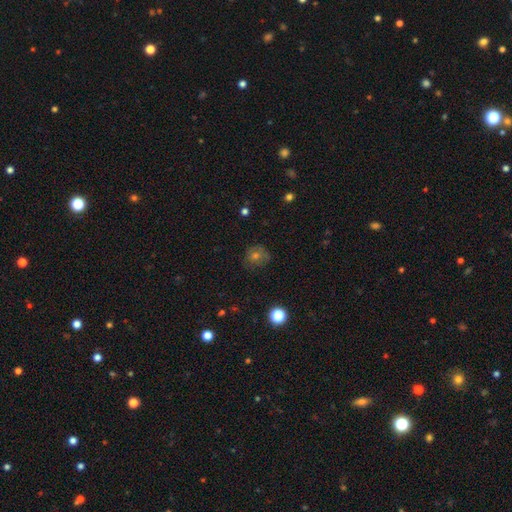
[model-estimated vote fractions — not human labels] The model was most divided on "smooth or featured": smooth: 56%, star or artifact: 24%, featured or disk: 20%. More confident: how rounded — round (85%); merging — none (78%).